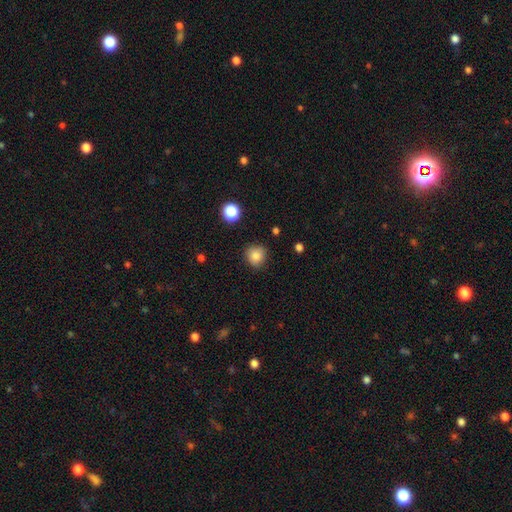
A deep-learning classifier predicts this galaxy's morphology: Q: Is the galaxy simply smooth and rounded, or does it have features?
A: smooth — 82%.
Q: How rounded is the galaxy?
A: round — 88%.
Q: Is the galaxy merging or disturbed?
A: none — 83%.